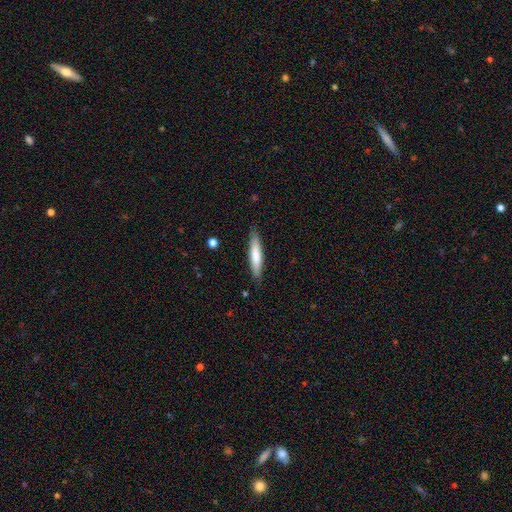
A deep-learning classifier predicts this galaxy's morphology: Smooth or featured?
  - smooth: 72% *
  - featured or disk: 23%
  - star or artifact: 5%
How rounded?
  - cigar-shaped: 86% *
  - in between: 13%
  - round: 1%
Merging?
  - none: 87% *
  - minor disturbance: 10%
  - major disturbance: 2%
  - merger: 1%